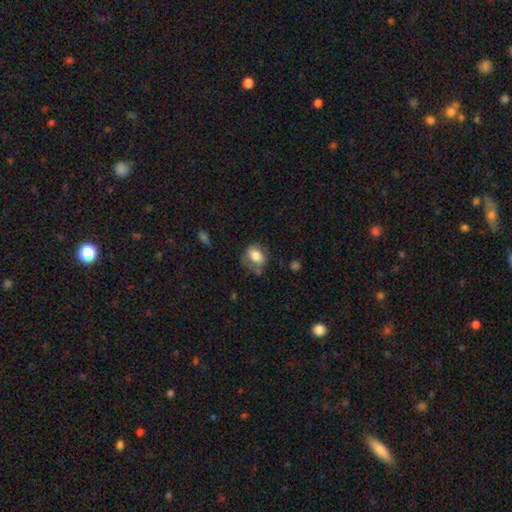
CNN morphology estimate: A smooth galaxy with no disk features (76%) that is in between round and cigar-shaped (59%). Merging: none (55%).